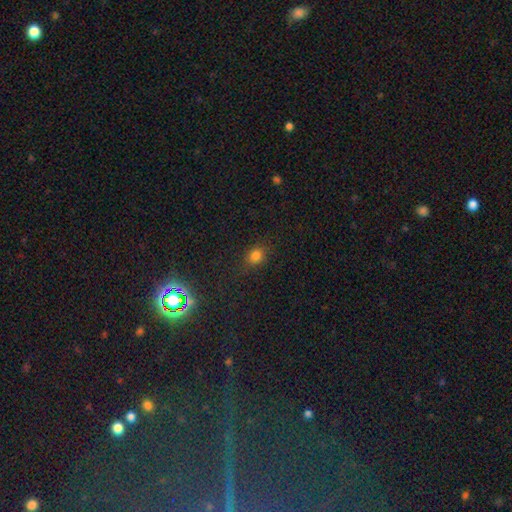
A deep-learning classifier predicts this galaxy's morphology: Smooth or featured? smooth (77%)
How rounded? round (64%)
Merging? none (82%)